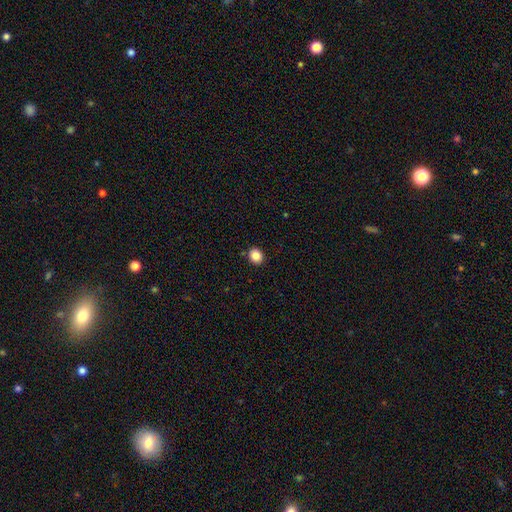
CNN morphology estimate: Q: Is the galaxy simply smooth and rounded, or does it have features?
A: smooth — 86%.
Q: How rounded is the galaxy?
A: round — 63%.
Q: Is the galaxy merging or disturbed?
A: none — 89%.